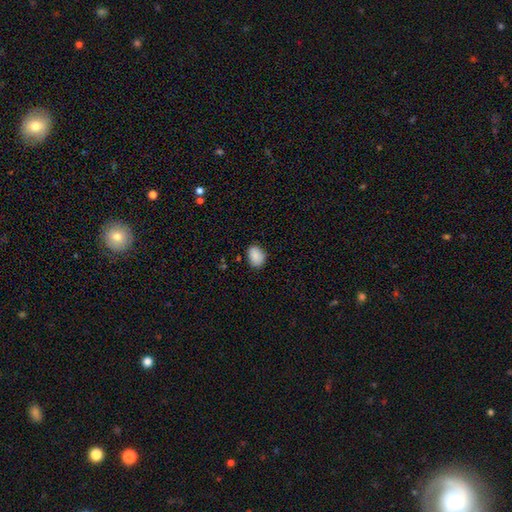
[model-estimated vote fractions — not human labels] smooth_or_featured: smooth (p=0.88) [alt: star or artifact p=0.07]
how_rounded: in between (p=0.72) [alt: round p=0.27]
merging: none (p=0.80) [alt: minor disturbance p=0.16]